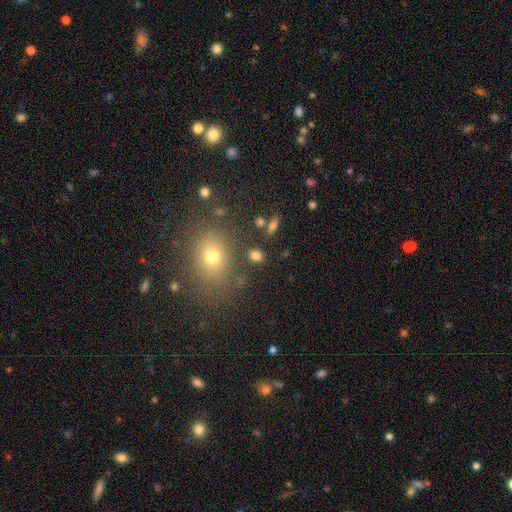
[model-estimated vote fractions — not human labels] Overall: smooth (78%). How rounded: in between (59%; round 38%). Merging: none (80%).